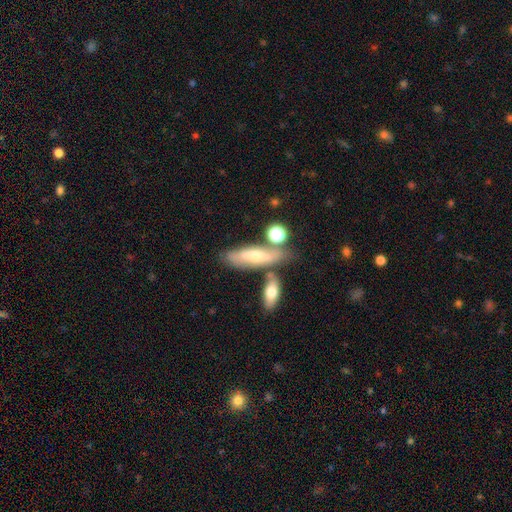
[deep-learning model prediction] Smooth or featured? Predicted: smooth (p=0.48). Merging? Predicted: none (p=0.56).